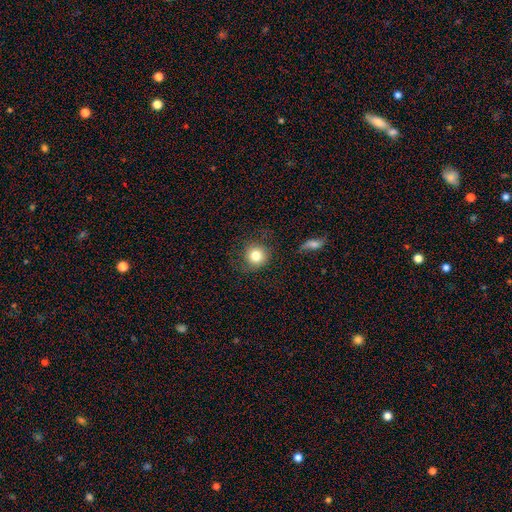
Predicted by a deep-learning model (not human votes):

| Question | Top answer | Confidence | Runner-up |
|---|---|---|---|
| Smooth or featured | smooth | 81% | star or artifact (10%) |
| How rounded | round | 91% | in between (8%) |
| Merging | none | 78% | minor disturbance (14%) |